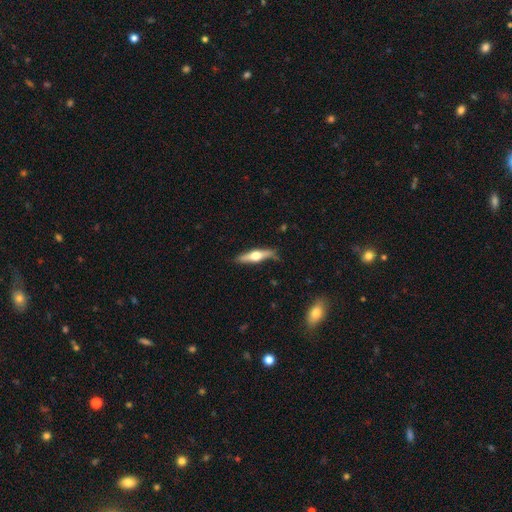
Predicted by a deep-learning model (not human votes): Smooth or featured: featured or disk — 61% (smooth — 34%)
Edge-on disk: yes — 95% (no — 5%)
Edge-on bulge: rounded — 95% (boxy — 3%)
Merging: none — 80% (minor disturbance — 15%)